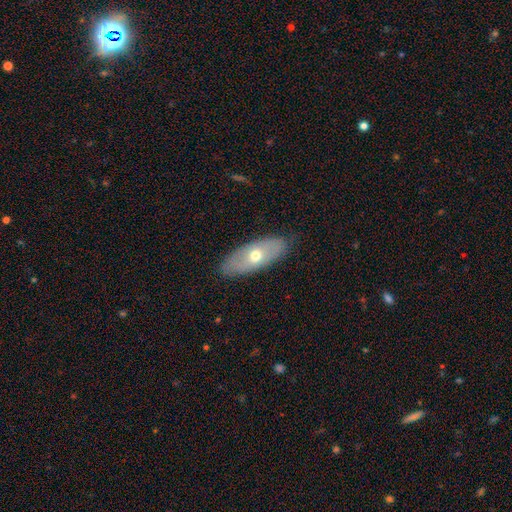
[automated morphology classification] Smooth or featured?
  - smooth: 55% *
  - featured or disk: 39%
  - star or artifact: 6%
How rounded?
  - in between: 82% *
  - cigar-shaped: 15%
  - round: 4%
Merging?
  - none: 83% *
  - minor disturbance: 13%
  - major disturbance: 3%
  - merger: 1%